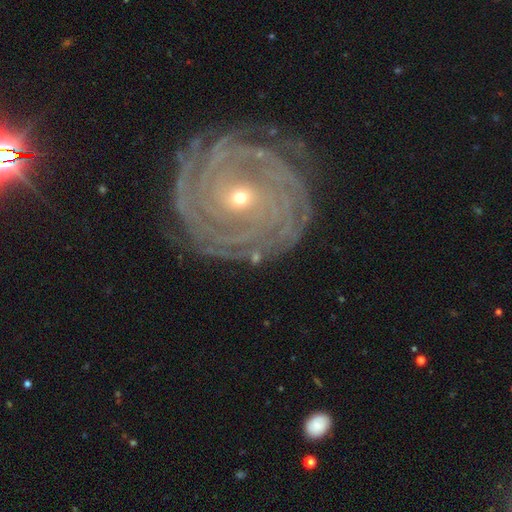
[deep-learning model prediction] This is clearly a featured or disk galaxy (83%). It is clearly not viewed edge-on (96%). Bar: likely no (69%). Spiral arm pattern: clearly yes (95%). Spiral arm count: marginally more than 4 (25%). Spiral winding: clearly tight (84%). Central bulge: likely small (67%). Merging: likely none (79%).